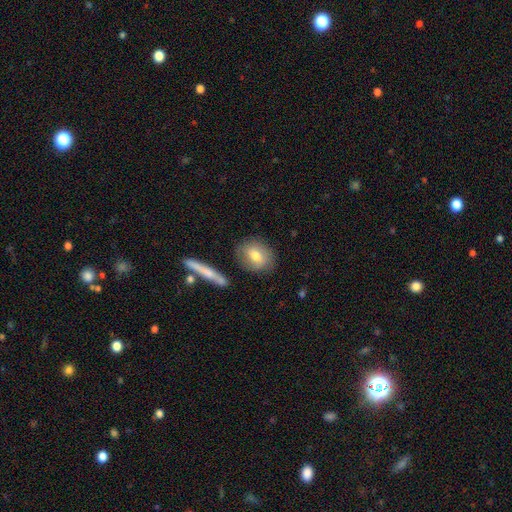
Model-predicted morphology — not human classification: The model was most divided on "how rounded": round: 53%, in between: 44%, cigar-shaped: 4%. More confident: merging — none (79%); smooth or featured — smooth (70%).